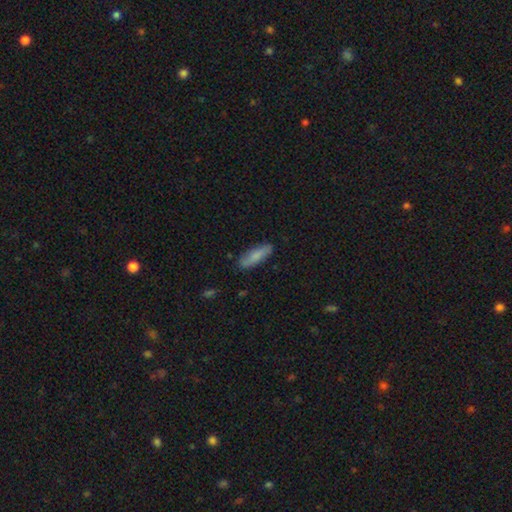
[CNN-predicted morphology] A smooth galaxy with no disk features (81%) that is cigar-shaped (55%).

Vote fractions:
- Smooth or featured? smooth: 81% / featured or disk: 13% / star or artifact: 6%
- How rounded? cigar-shaped: 55% / in between: 44% / round: 2%
- Merging? none: 84% / minor disturbance: 13% / major disturbance: 2% / merger: 1%